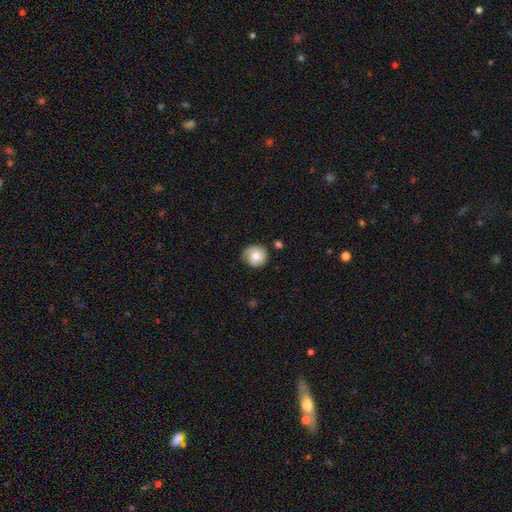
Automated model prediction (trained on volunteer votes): The model was most divided on "smooth or featured": smooth: 67%, featured or disk: 25%, star or artifact: 8%. More confident: how rounded — round (89%); merging — none (69%).